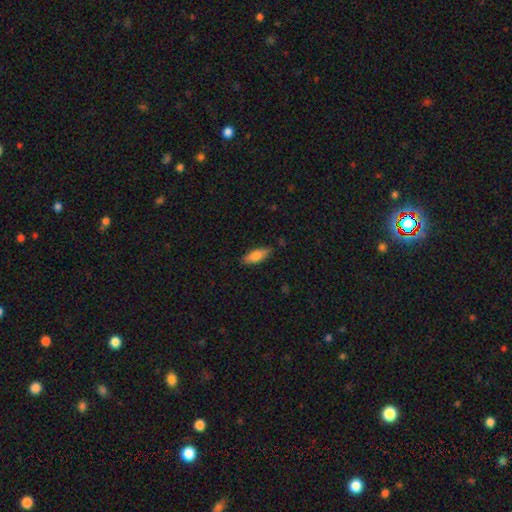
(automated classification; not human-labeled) A smooth galaxy with no disk features (79%) that is in between round and cigar-shaped (67%). Merging: none (79%).